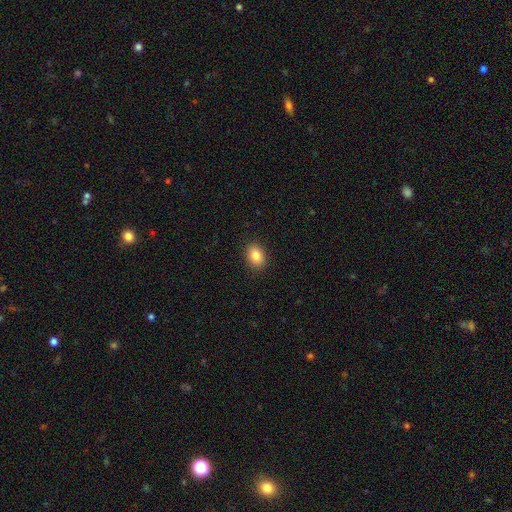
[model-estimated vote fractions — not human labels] The model was most divided on "how rounded": in between: 71%, round: 28%, cigar-shaped: 1%. More confident: merging — none (89%); smooth or featured — smooth (83%).